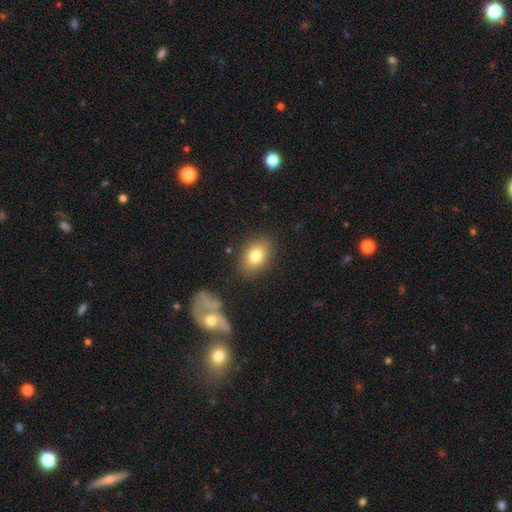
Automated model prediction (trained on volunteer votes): Smooth or featured: smooth — 79% (featured or disk — 12%)
How rounded: in between — 76% (round — 22%)
Merging: none — 84% (minor disturbance — 11%)